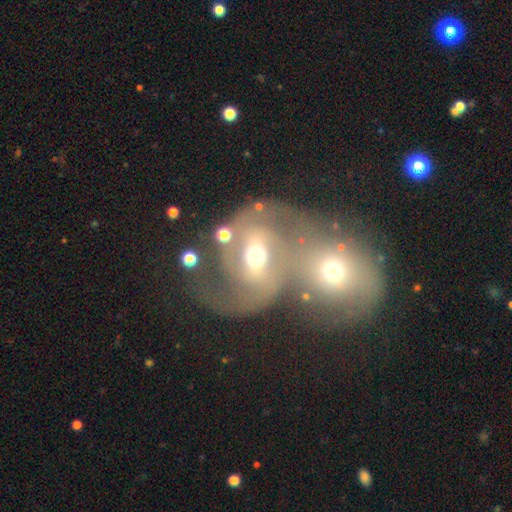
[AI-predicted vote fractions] Q: Smooth or featured?
A: featured or disk (70%); runner-up: smooth (20%)
Q: Edge-on disk?
A: no (97%); runner-up: yes (3%)
Q: Bar?
A: weak (41%); runner-up: no (30%)
Q: Spiral arms?
A: yes (81%); runner-up: no (19%)
Q: Spiral winding?
A: medium (49%); runner-up: loose (28%)
Q: Spiral arm count?
A: 2 (76%); runner-up: can't tell (11%)
Q: Bulge size?
A: moderate (67%); runner-up: small (20%)
Q: Merging?
A: merger (71%); runner-up: none (15%)